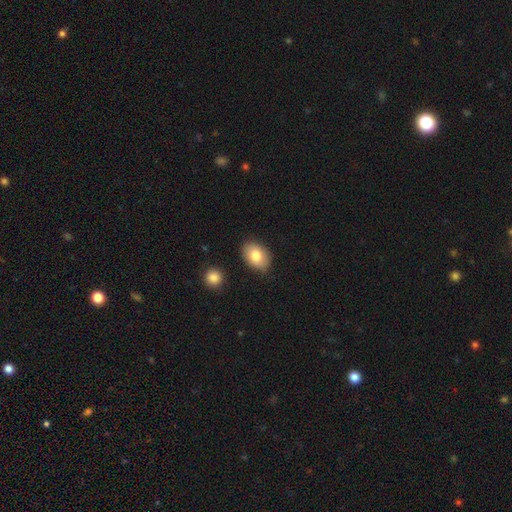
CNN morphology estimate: A smooth galaxy with no disk features (82%) that is in between round and cigar-shaped (86%).

Vote fractions:
- Smooth or featured? smooth: 82% / featured or disk: 11% / star or artifact: 7%
- How rounded? in between: 86% / round: 13% / cigar-shaped: 1%
- Merging? none: 83% / minor disturbance: 12% / major disturbance: 3% / merger: 2%